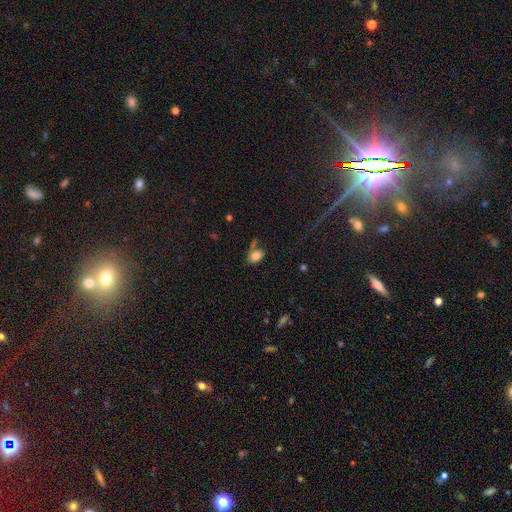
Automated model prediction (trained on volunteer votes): A smooth galaxy with no disk features (80%) that is in between round and cigar-shaped (84%).

Vote fractions:
- Smooth or featured? smooth: 80% / star or artifact: 10% / featured or disk: 9%
- How rounded? in between: 84% / round: 15% / cigar-shaped: 2%
- Merging? none: 51% / merger: 20% / minor disturbance: 19% / major disturbance: 10%